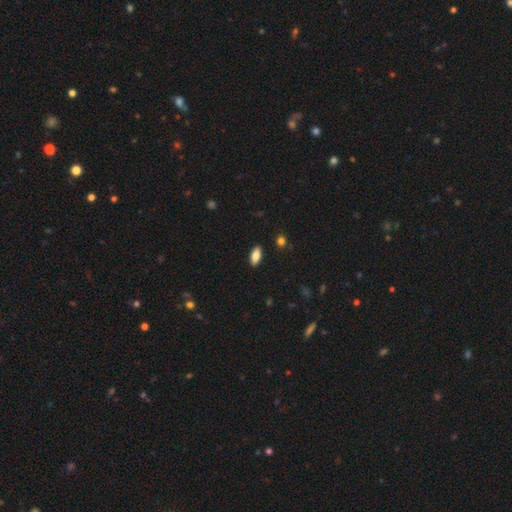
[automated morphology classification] smooth 80%, featured or disk 14%, star or artifact 7%. Down the decision tree: how rounded — in between (86%); merging — none (89%).